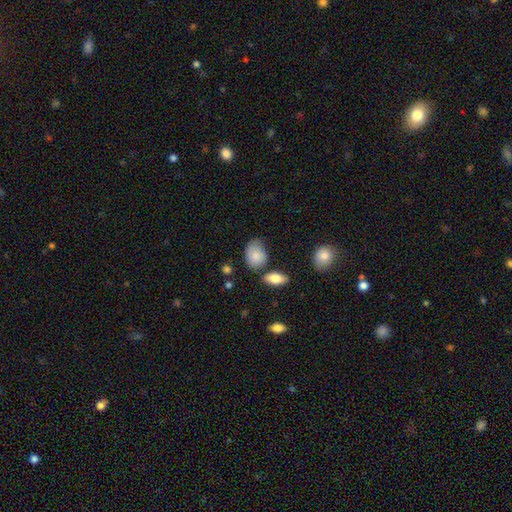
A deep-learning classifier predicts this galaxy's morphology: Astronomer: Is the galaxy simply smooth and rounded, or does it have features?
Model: smooth — 83%.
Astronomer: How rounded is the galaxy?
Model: in between — 75%.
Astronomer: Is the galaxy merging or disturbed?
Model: none — 55% (runner-up: minor disturbance, 32%).